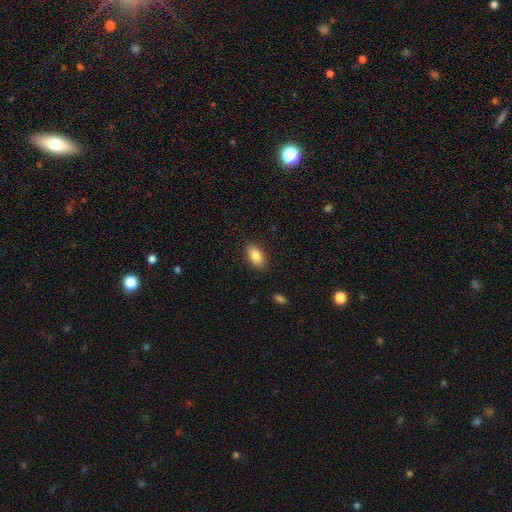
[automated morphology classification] Smooth or featured? smooth (86%)
How rounded? in between (92%)
Merging? none (87%)